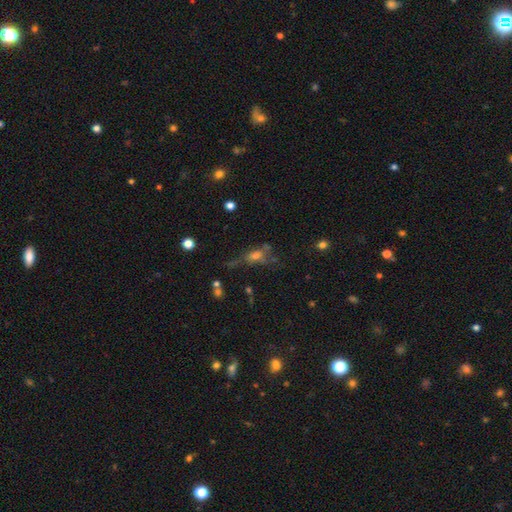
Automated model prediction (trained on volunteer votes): Smooth or featured? Predicted: smooth (p=0.41). Merging? Predicted: none (p=0.40).